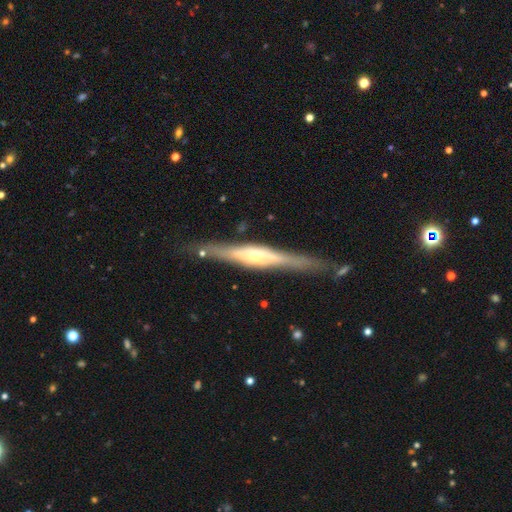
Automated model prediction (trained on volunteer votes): smooth-or-featured: featured or disk: 78% | smooth: 17% | star or artifact: 5%
  disk-edge-on: yes: 95% | no: 5%
    edge-on-bulge: rounded: 71% | boxy: 21% | none: 8%
  merging: none: 81% | minor disturbance: 13% | major disturbance: 4% | merger: 3%